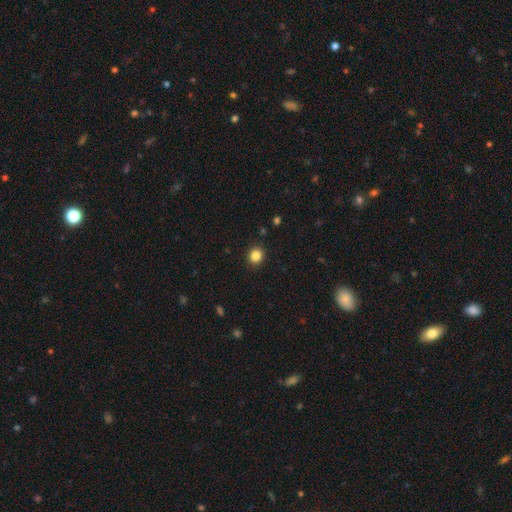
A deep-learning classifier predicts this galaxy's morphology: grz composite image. It shows a smooth galaxy with no disk features (85%) that is round (85%). Merging: none (91%).